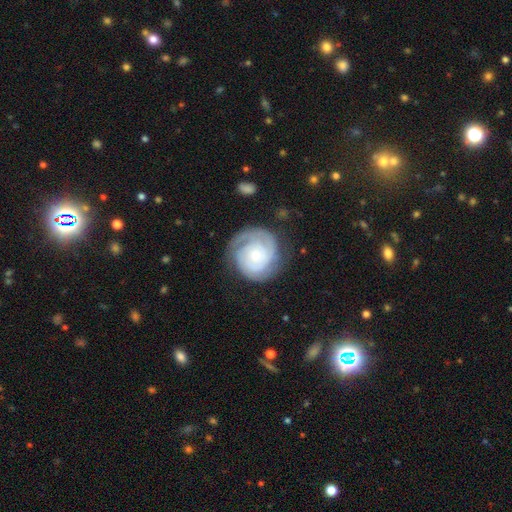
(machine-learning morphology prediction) Smooth or featured? featured or disk (81%)
Edge-on disk? no (98%)
Bar? no (79%)
Spiral arms? yes (94%)
Spiral winding? tight (75%)
Spiral arm count? 2 (40%)
Bulge size? small (71%)
Merging? none (72%)